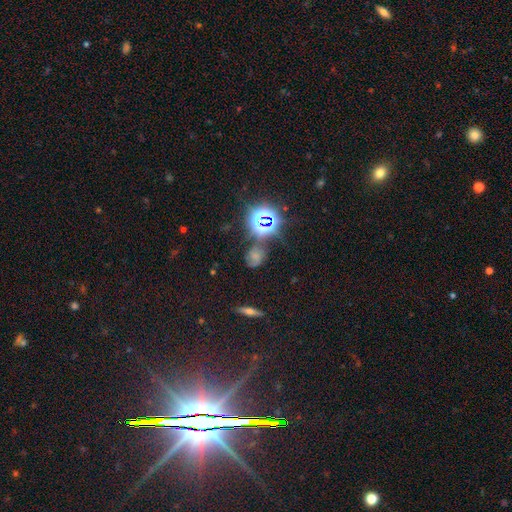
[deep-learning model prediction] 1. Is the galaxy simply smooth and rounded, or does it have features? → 40% smooth, 35% star or artifact, 25% featured or disk.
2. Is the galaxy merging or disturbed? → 62% none, 21% minor disturbance, 10% major disturbance, 7% merger.